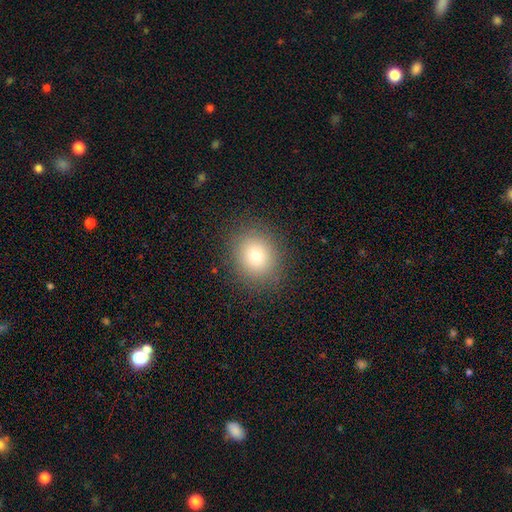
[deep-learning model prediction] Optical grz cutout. It shows a smooth galaxy with no disk features (79%) that is round (72%). Merging: none (87%).